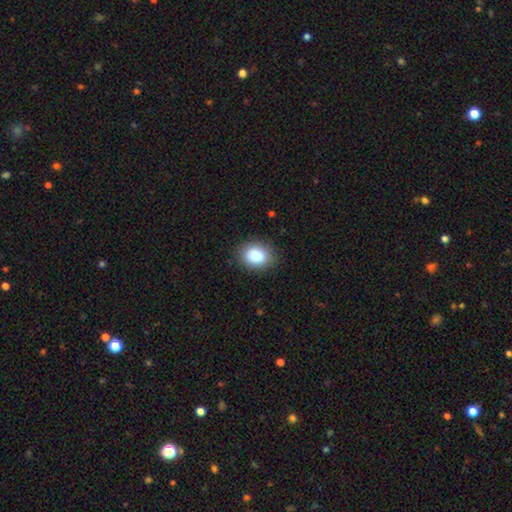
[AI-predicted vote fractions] A smooth galaxy with no disk features (86%) that is in between round and cigar-shaped (52%).

Vote fractions:
- Smooth or featured? smooth: 86% / star or artifact: 8% / featured or disk: 5%
- How rounded? in between: 52% / round: 47% / cigar-shaped: 1%
- Merging? none: 83% / minor disturbance: 12% / major disturbance: 4% / merger: 1%